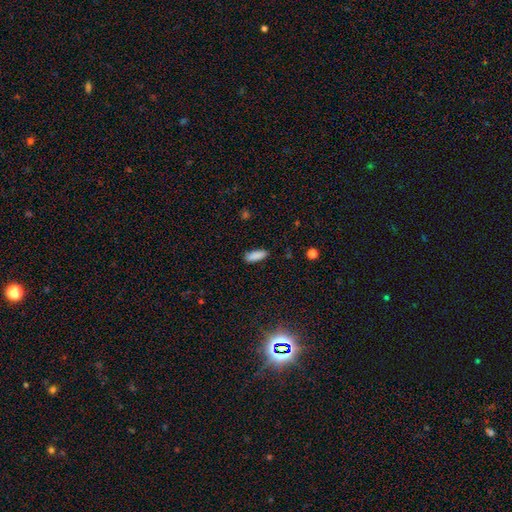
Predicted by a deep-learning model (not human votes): Overall: smooth (88%). How rounded: in between (67%; cigar-shaped 31%). Merging: none (85%).